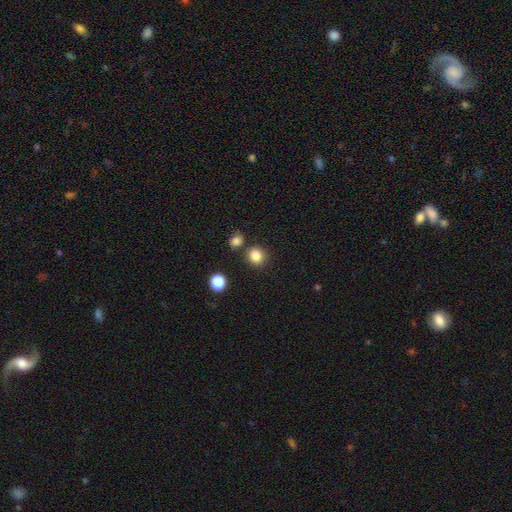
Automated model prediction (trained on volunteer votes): A smooth galaxy with no disk features (83%) that is round (85%).

Vote fractions:
- Smooth or featured? smooth: 83% / star or artifact: 12% / featured or disk: 5%
- How rounded? round: 85% / in between: 14% / cigar-shaped: 1%
- Merging? none: 81% / minor disturbance: 8% / merger: 8% / major disturbance: 3%